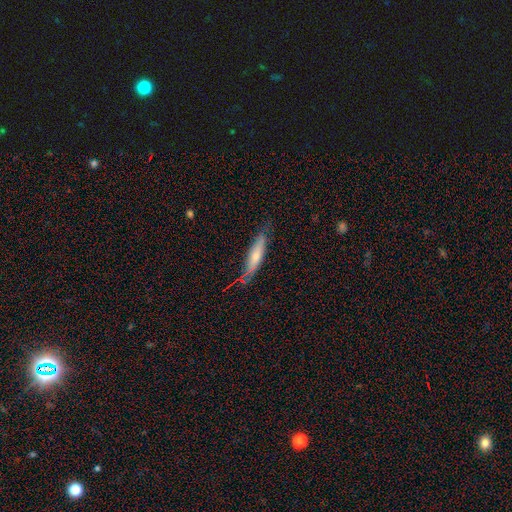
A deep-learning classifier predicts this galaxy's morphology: A smooth galaxy with no disk features (57%) that is cigar-shaped (79%). Merging: none (67%).